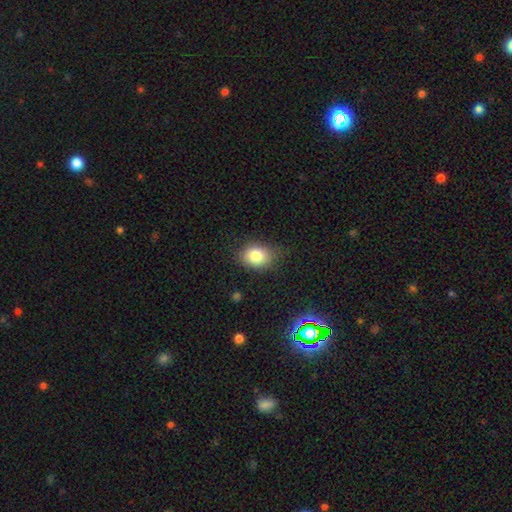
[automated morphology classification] Smooth or featured? Predicted: smooth (p=0.82). How rounded? Predicted: in between (p=0.62). Merging? Predicted: none (p=0.72).